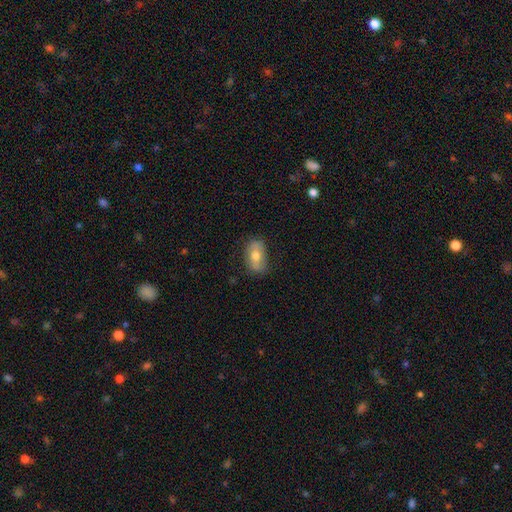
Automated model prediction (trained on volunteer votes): The model was most divided on "smooth or featured": smooth: 56%, featured or disk: 36%, star or artifact: 8%. More confident: how rounded — in between (87%); merging — none (73%).